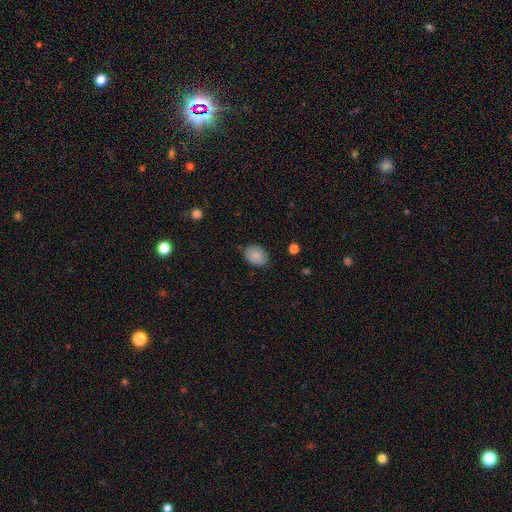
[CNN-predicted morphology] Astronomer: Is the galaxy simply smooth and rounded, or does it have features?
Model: smooth — 86%.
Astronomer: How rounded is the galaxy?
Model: in between — 72%.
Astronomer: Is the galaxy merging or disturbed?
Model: none — 79%.